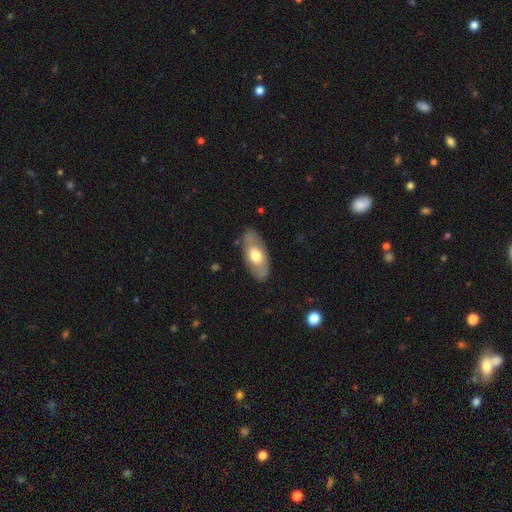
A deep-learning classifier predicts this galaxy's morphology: This is possibly a smooth galaxy (55%). How rounded: clearly in between (90%). Merging: clearly none (81%).